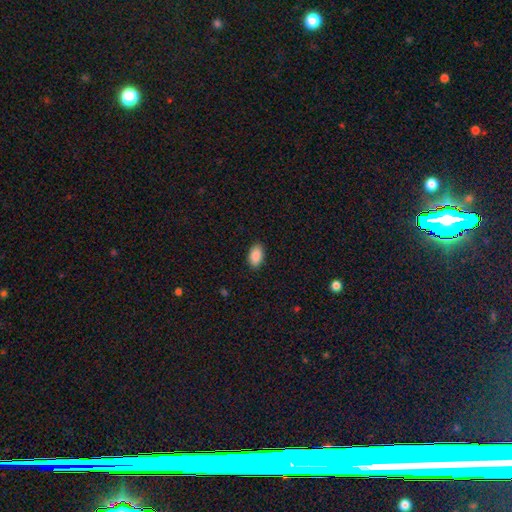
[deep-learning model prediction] Overall: smooth (90%). How rounded: in between (94%). Merging: none (88%).